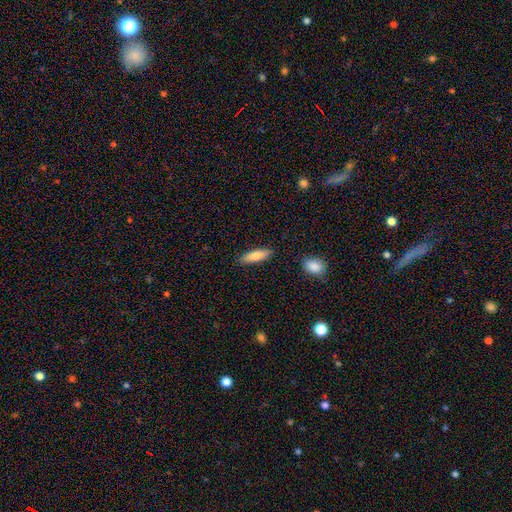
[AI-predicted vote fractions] Morphology: type=smooth (79%); roundness=cigar-shaped (52%); merging=none (87%).